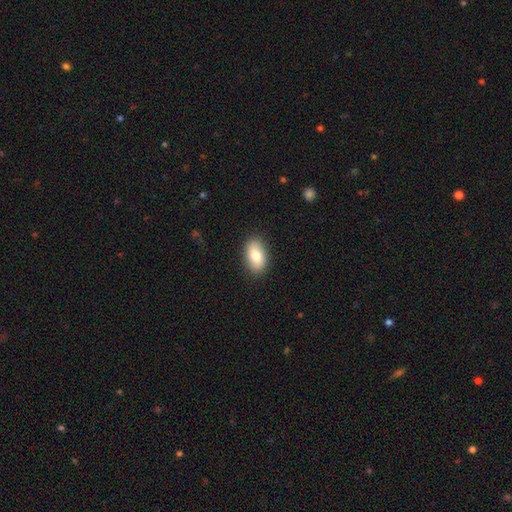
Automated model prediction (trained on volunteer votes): This is clearly a smooth galaxy (81%). How rounded: clearly in between (92%). Merging: clearly none (88%).